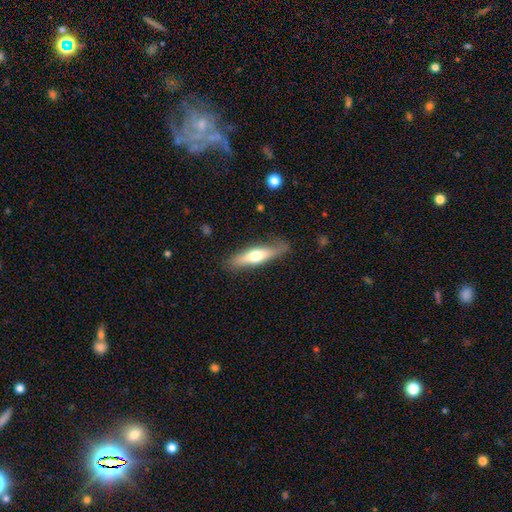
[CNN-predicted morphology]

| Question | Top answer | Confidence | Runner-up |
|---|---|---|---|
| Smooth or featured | smooth | 53% | featured or disk (41%) |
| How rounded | cigar-shaped | 74% | in between (24%) |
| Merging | none | 79% | minor disturbance (16%) |